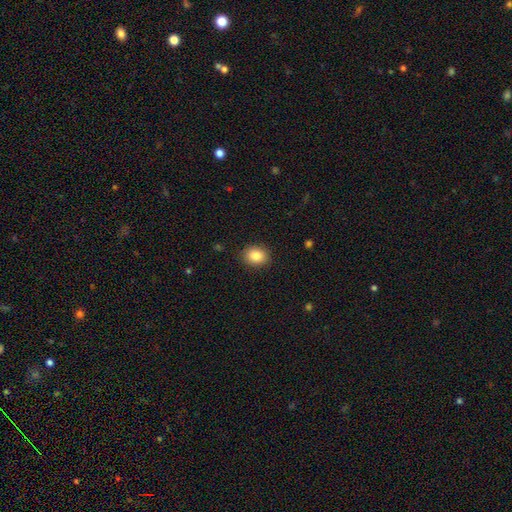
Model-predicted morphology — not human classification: A smooth galaxy with no disk features (86%) that is round (55%).

Vote fractions:
- Smooth or featured? smooth: 86% / star or artifact: 9% / featured or disk: 5%
- How rounded? round: 55% / in between: 44% / cigar-shaped: 1%
- Merging? none: 88% / minor disturbance: 8% / major disturbance: 2% / merger: 1%